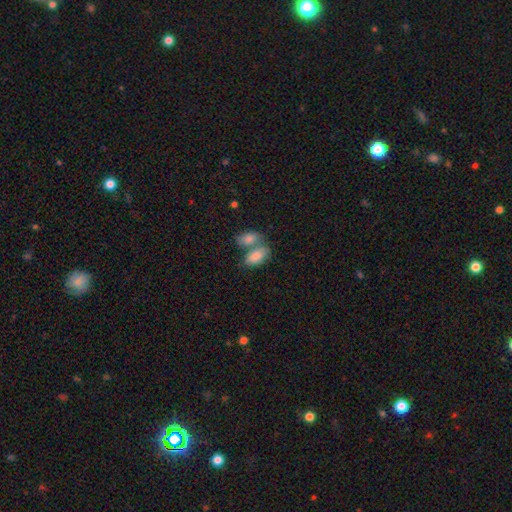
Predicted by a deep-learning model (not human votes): A smooth galaxy with no disk features (84%) that is in between round and cigar-shaped (92%).

Vote fractions:
- Smooth or featured? smooth: 84% / featured or disk: 10% / star or artifact: 6%
- How rounded? in between: 92% / round: 4% / cigar-shaped: 4%
- Merging? merger: 55% / none: 32% / minor disturbance: 10% / major disturbance: 4%